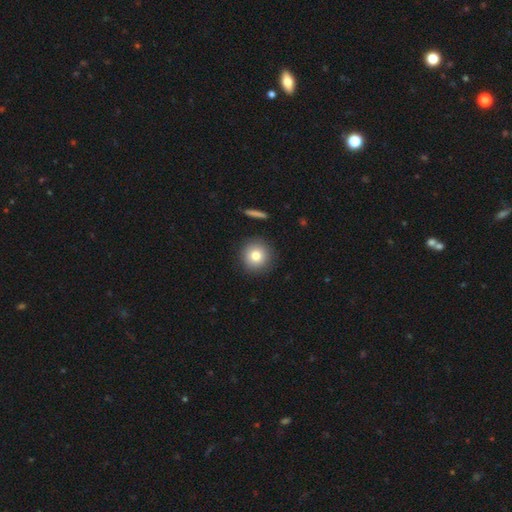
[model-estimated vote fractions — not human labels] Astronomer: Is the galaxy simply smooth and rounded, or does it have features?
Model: smooth — 79%.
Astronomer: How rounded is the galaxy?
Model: round — 94%.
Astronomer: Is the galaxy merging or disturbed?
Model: none — 90%.